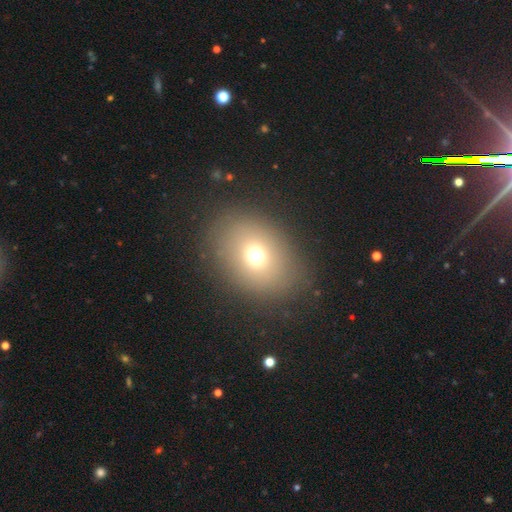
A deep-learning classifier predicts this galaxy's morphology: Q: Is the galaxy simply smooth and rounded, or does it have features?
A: smooth — 70%.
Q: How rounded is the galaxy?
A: in between — 58%.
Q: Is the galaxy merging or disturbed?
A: none — 83%.